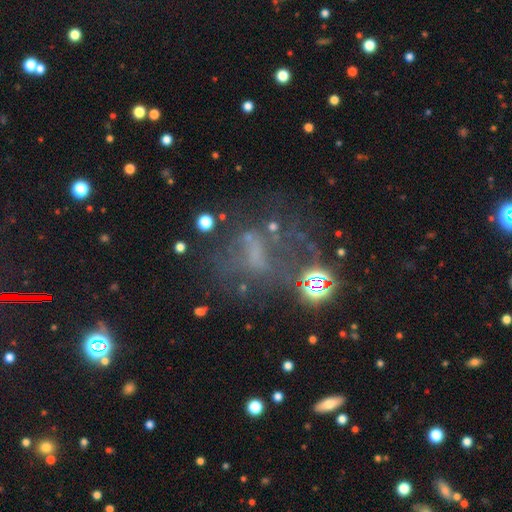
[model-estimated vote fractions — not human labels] A featured or disk galaxy (41%). Merging: none (45%).